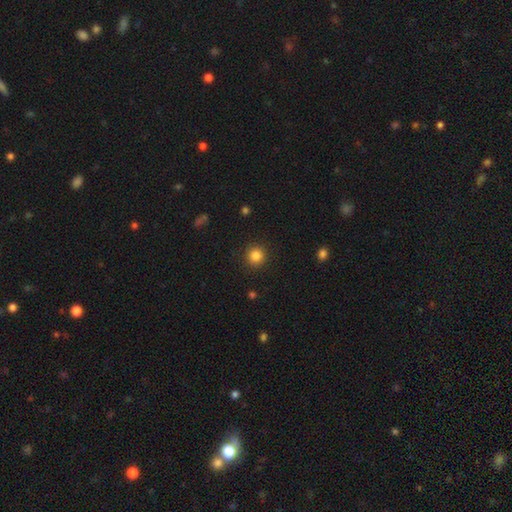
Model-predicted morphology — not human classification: Smooth or featured? smooth (84%)
How rounded? round (94%)
Merging? none (91%)